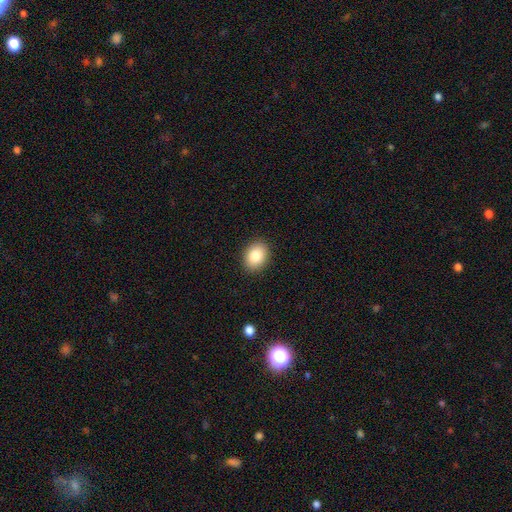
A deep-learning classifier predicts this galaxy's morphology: A smooth galaxy with no disk features (84%) that is in between round and cigar-shaped (61%). Merging: none (90%).